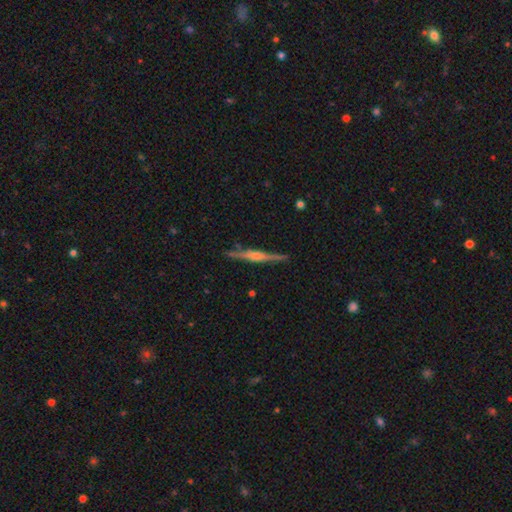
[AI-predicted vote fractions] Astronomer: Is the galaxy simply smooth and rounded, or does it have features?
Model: featured or disk — 80%.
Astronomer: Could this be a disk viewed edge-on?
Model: yes — 98%.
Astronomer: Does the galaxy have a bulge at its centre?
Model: rounded — 72%.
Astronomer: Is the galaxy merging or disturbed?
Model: none — 90%.